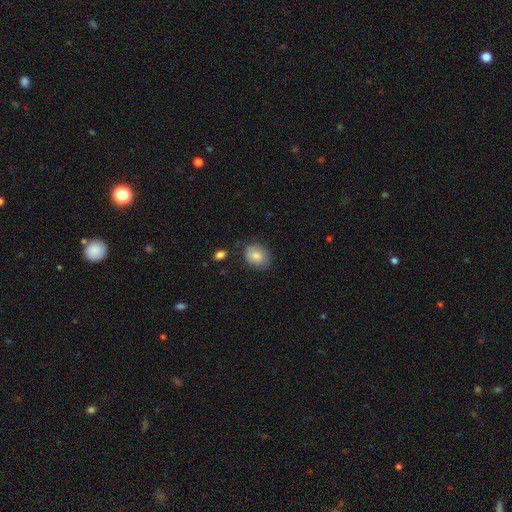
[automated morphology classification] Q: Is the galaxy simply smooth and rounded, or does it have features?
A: smooth — 81%.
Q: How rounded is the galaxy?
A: in between — 52%.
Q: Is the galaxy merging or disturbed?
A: none — 75%.